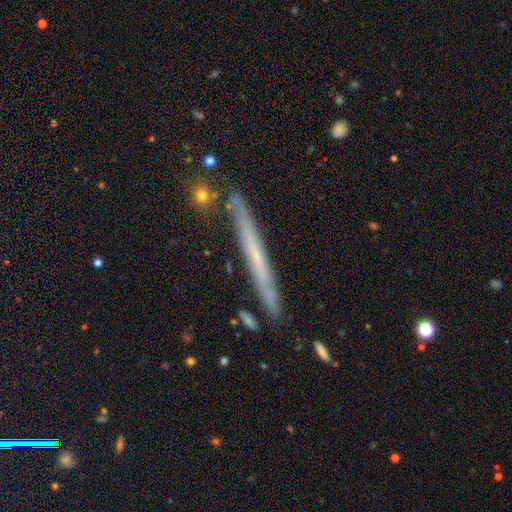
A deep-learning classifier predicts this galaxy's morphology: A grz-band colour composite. It shows a featured or disk galaxy (57%) viewed edge-on (93%) with no central bulge (83%). Merging: none (85%).